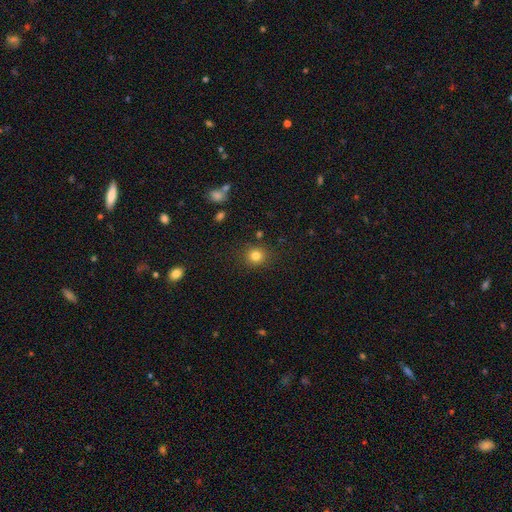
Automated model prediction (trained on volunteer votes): Smooth or featured? smooth (82%)
How rounded? round (88%)
Merging? none (86%)